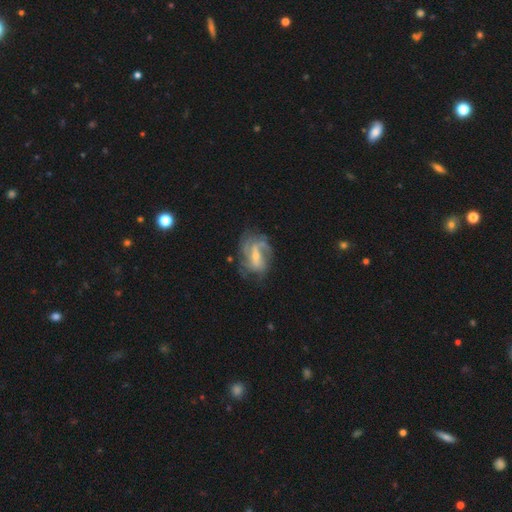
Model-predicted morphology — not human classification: Overall: featured or disk (82%). Edge-on disk: no (97%). Bar: weak (50%; strong 30%). Spiral arms: yes (92%). Spiral arm count: 2 (35%; can't tell 25%). Spiral winding: medium (44%; tight 29%). Bulge size: small (54%; moderate 37%). Merging: none (59%; minor disturbance 22%).